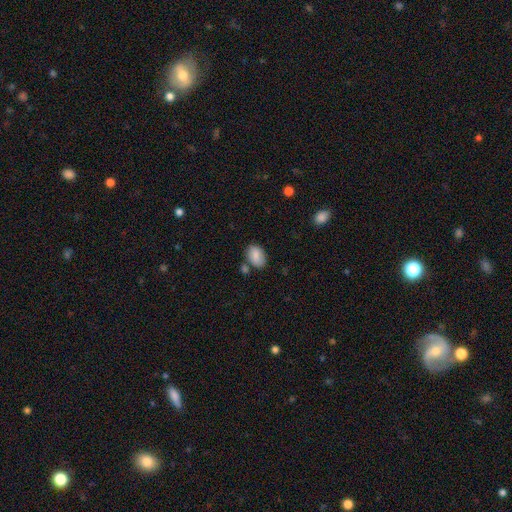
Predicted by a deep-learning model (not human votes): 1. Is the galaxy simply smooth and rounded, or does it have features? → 84% smooth, 9% featured or disk, 7% star or artifact.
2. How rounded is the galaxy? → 86% in between, 12% round, 1% cigar-shaped.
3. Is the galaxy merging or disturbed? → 68% none, 17% minor disturbance, 11% merger, 4% major disturbance.